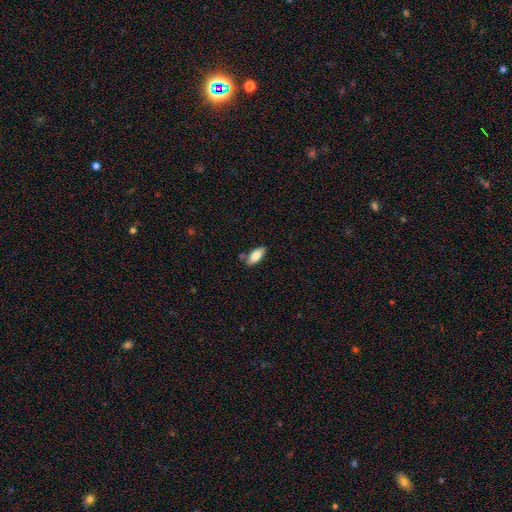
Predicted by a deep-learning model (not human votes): Smooth or featured?
  - smooth: 80% *
  - featured or disk: 13%
  - star or artifact: 6%
How rounded?
  - in between: 86% *
  - cigar-shaped: 12%
  - round: 2%
Merging?
  - none: 77% *
  - minor disturbance: 14%
  - merger: 6%
  - major disturbance: 3%